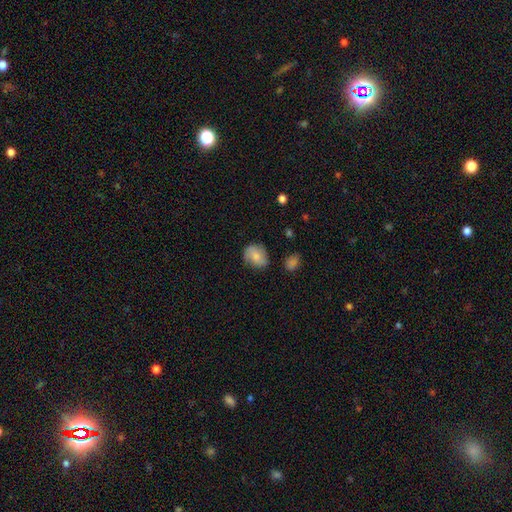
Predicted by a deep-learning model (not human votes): Smooth or featured? smooth (73%)
How rounded? in between (54%)
Merging? none (69%)